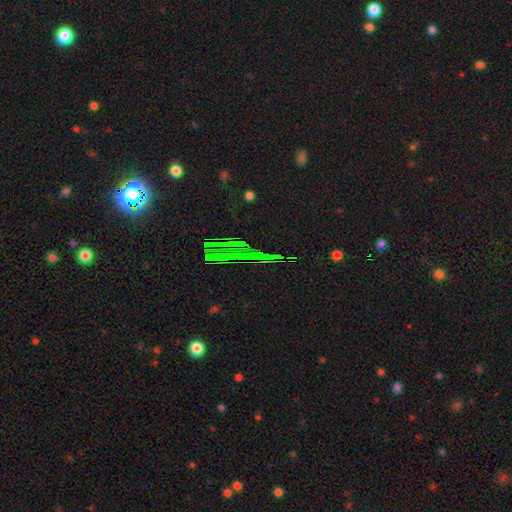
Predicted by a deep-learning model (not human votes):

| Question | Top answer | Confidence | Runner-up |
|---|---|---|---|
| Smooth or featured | star or artifact | 74% | smooth (13%) |